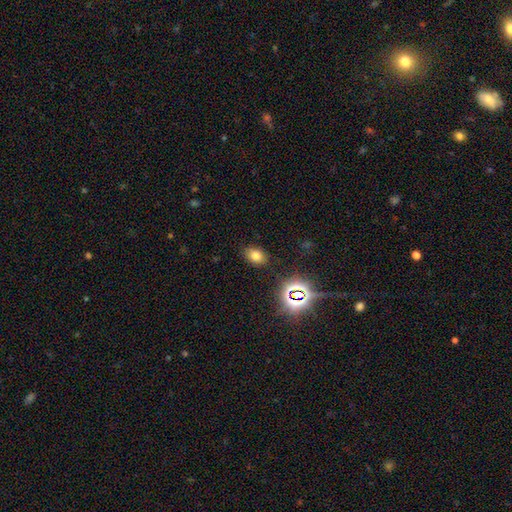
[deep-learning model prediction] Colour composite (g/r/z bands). It shows a smooth galaxy with no disk features (72%) that is in between round and cigar-shaped (73%). Merging: none (86%).